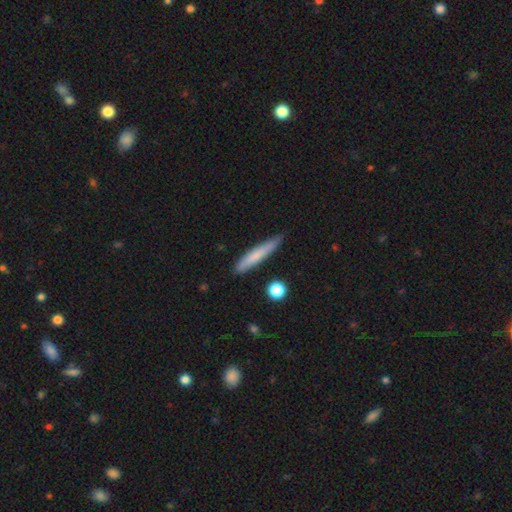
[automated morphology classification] A smooth galaxy with no disk features (72%) that is cigar-shaped (94%).

Vote fractions:
- Smooth or featured? smooth: 72% / featured or disk: 22% / star or artifact: 6%
- How rounded? cigar-shaped: 94% / in between: 5% / round: 1%
- Merging? none: 82% / minor disturbance: 14% / major disturbance: 2% / merger: 2%